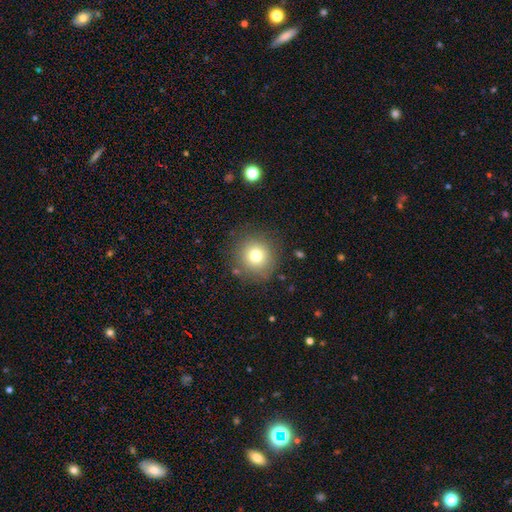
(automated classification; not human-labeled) Smooth or featured: smooth — 75% (star or artifact — 13%)
How rounded: round — 93% (in between — 6%)
Merging: none — 84% (minor disturbance — 10%)